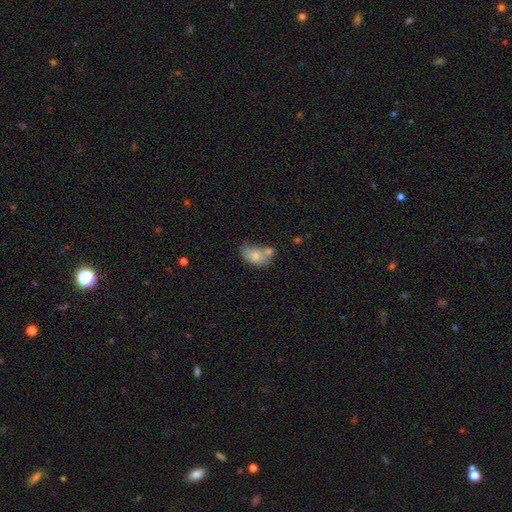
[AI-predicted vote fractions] A smooth galaxy with no disk features (77%) that is in between round and cigar-shaped (86%). Merging: merger (39%).